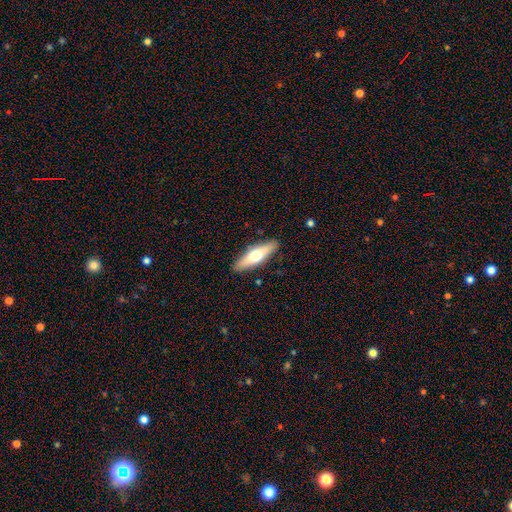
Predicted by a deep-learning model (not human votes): Smooth or featured: smooth — 54% (featured or disk — 41%)
How rounded: cigar-shaped — 63% (in between — 36%)
Merging: none — 89% (minor disturbance — 8%)